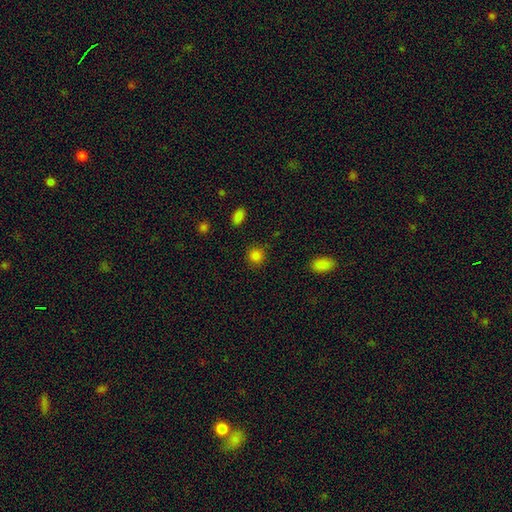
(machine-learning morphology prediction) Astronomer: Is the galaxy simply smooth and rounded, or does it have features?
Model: smooth — 84%.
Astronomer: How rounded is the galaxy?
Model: round — 89%.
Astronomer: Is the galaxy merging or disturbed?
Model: none — 88%.